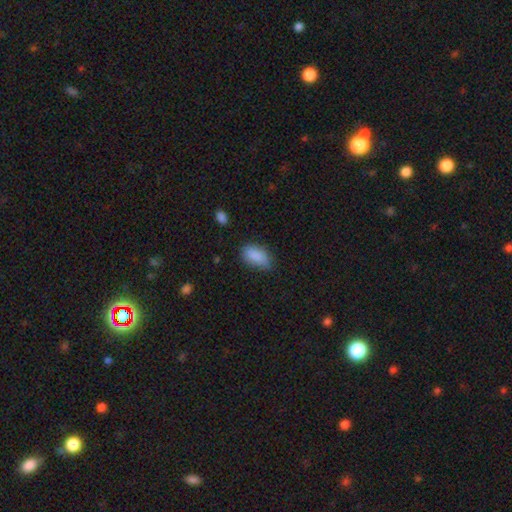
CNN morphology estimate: Overall: smooth (88%). How rounded: in between (92%). Merging: none (70%).